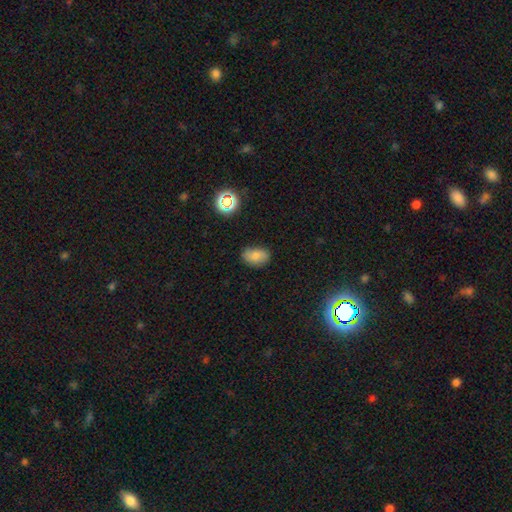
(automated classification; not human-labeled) Morphology: type=smooth (79%); roundness=in between (86%); merging=none (77%).